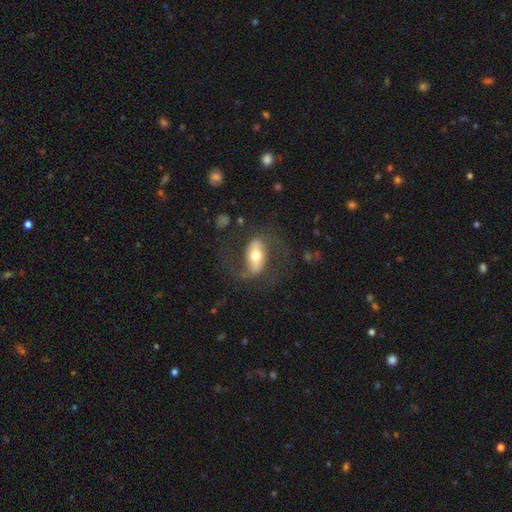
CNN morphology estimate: A featured or disk galaxy (62%) with a strong bar (51%), spiral arms (75%) and a moderate central bulge (65%). Merging: none (64%).